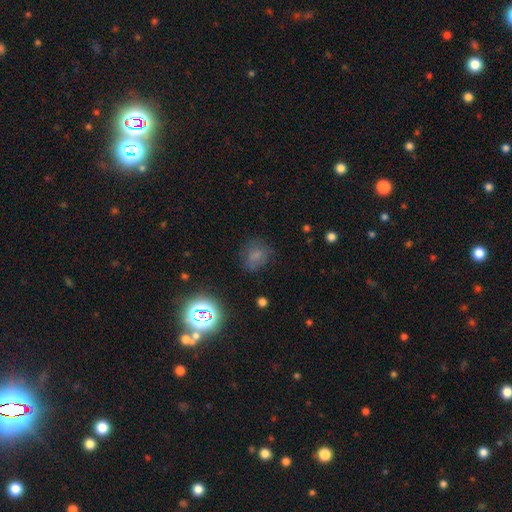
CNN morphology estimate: smooth 65%, star or artifact 23%, featured or disk 12%. Down the decision tree: how rounded — round (52%); merging — none (68%).